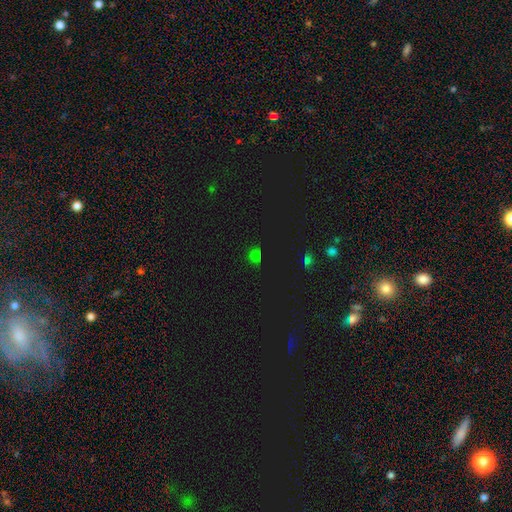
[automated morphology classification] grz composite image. It shows a smooth galaxy with no disk features (51%) that is round (64%). Merging: none (73%).